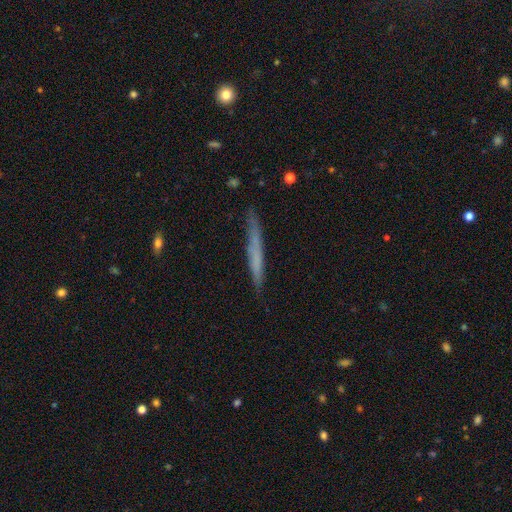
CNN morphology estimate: This appears to be a smooth galaxy with no disk features (54%) that is cigar-shaped (96%). Merging: none (83%).